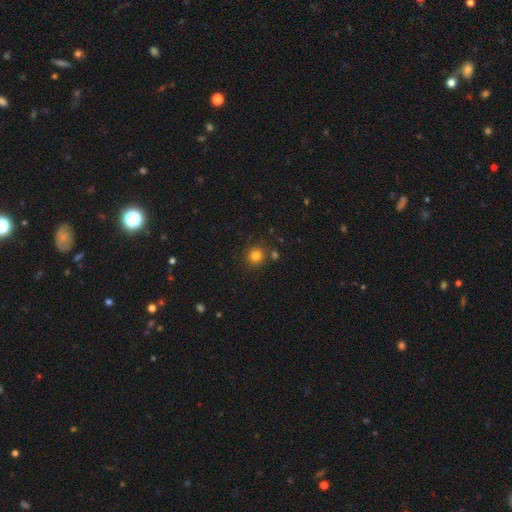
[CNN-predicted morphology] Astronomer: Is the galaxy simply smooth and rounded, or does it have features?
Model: smooth — 82%.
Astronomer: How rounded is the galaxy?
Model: round — 87%.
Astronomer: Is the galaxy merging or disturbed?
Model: none — 81%.